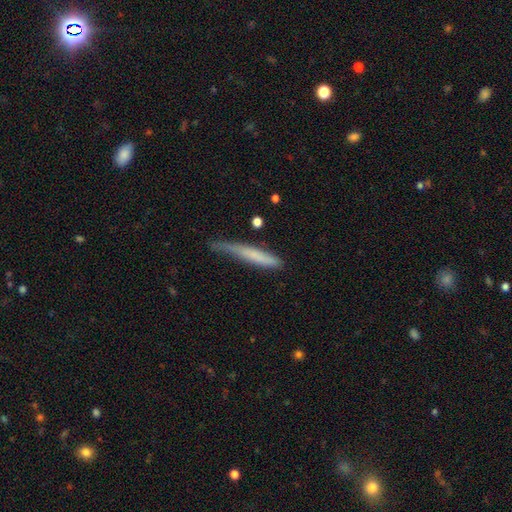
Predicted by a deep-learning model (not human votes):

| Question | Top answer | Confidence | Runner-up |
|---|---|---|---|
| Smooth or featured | smooth | 66% | featured or disk (27%) |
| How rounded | cigar-shaped | 93% | in between (6%) |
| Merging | none | 46% | minor disturbance (37%) |